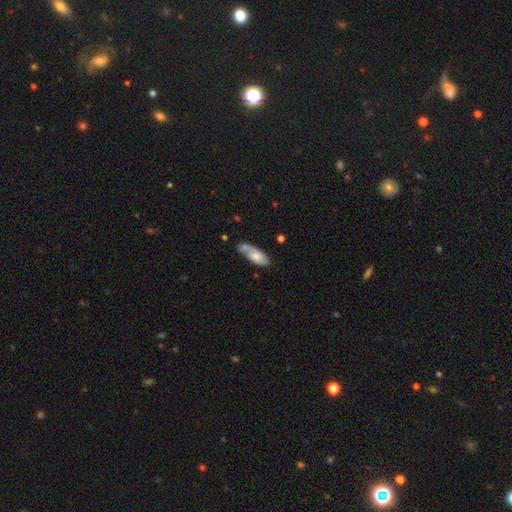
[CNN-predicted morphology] Smooth or featured: smooth — 59% (featured or disk — 34%)
How rounded: in between — 75% (cigar-shaped — 23%)
Merging: none — 46% (minor disturbance — 24%)